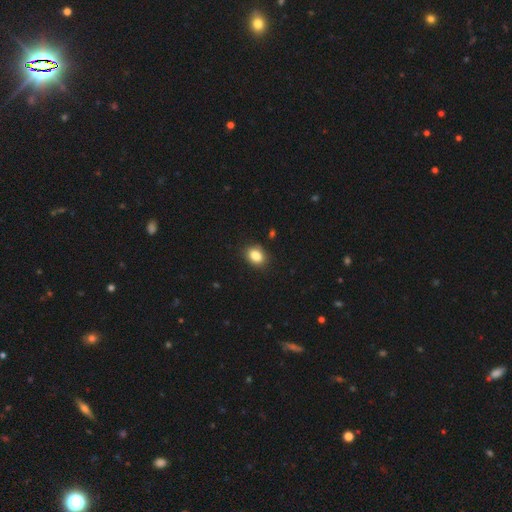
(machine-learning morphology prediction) Smooth or featured: smooth — 85% (star or artifact — 9%)
How rounded: in between — 69% (round — 30%)
Merging: none — 86% (minor disturbance — 10%)